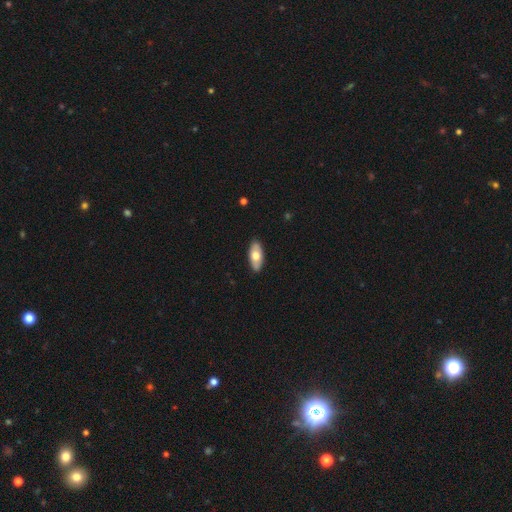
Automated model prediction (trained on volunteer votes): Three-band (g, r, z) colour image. It shows a smooth galaxy with no disk features (66%) that is in between round and cigar-shaped (87%). Merging: none (89%).